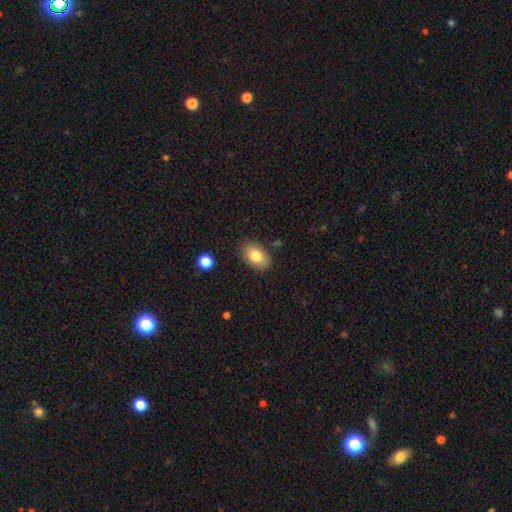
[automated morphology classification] This appears to be a smooth galaxy with no disk features (80%) that is in between round and cigar-shaped (89%). Merging: none (85%).